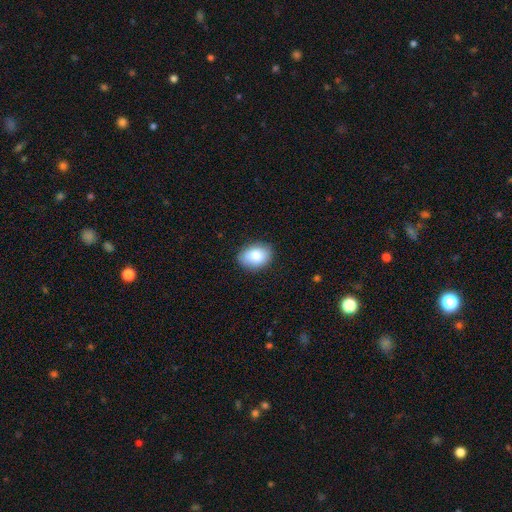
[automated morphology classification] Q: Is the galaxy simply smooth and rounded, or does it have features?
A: smooth — 85%.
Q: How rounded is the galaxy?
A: in between — 80%.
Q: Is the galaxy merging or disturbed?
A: none — 84%.